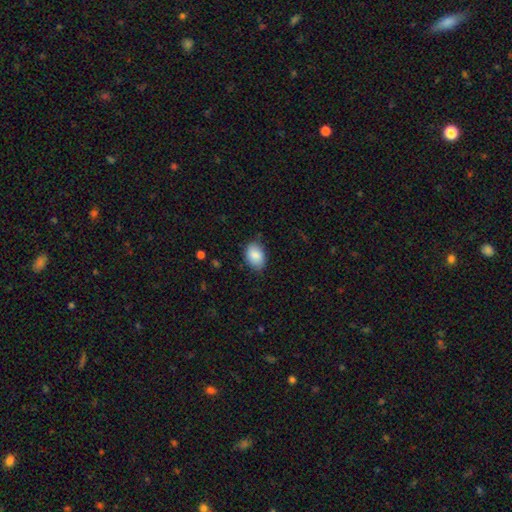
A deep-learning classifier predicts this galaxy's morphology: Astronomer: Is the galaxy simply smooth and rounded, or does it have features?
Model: smooth — 88%.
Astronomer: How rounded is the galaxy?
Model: in between — 84%.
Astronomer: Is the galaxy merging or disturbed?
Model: none — 77%.